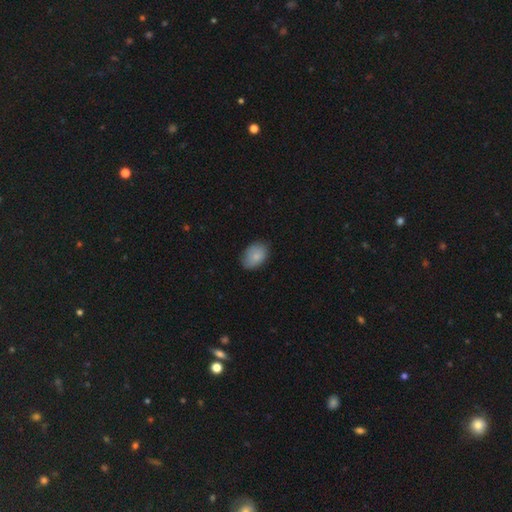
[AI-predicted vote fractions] Overall: smooth (84%). How rounded: in between (80%). Merging: none (78%).